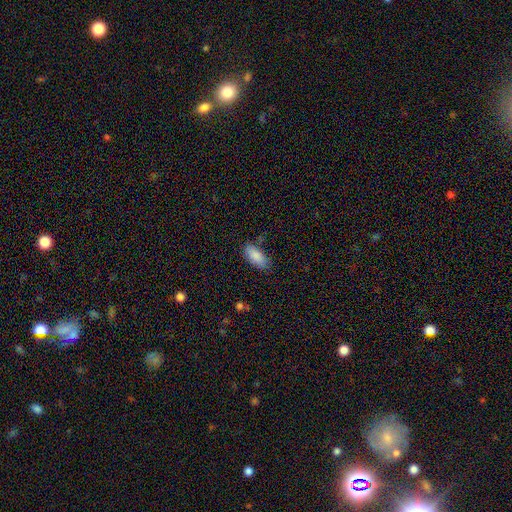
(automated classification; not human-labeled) Overall: smooth (87%). How rounded: in between (89%). Merging: none (76%).